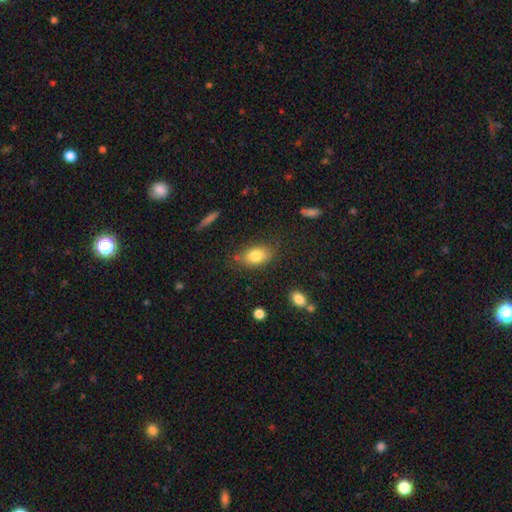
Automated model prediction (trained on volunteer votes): A smooth galaxy with no disk features (81%) that is in between round and cigar-shaped (85%).

Vote fractions:
- Smooth or featured? smooth: 81% / featured or disk: 11% / star or artifact: 8%
- How rounded? in between: 85% / round: 12% / cigar-shaped: 3%
- Merging? none: 76% / minor disturbance: 17% / major disturbance: 5% / merger: 2%